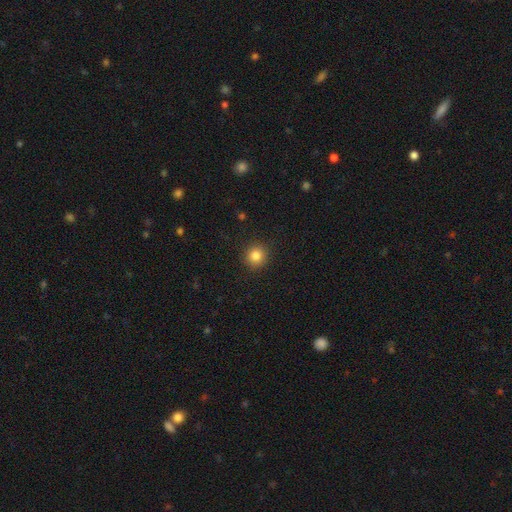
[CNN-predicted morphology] Smooth or featured? Predicted: smooth (p=0.84). How rounded? Predicted: round (p=0.92). Merging? Predicted: none (p=0.91).